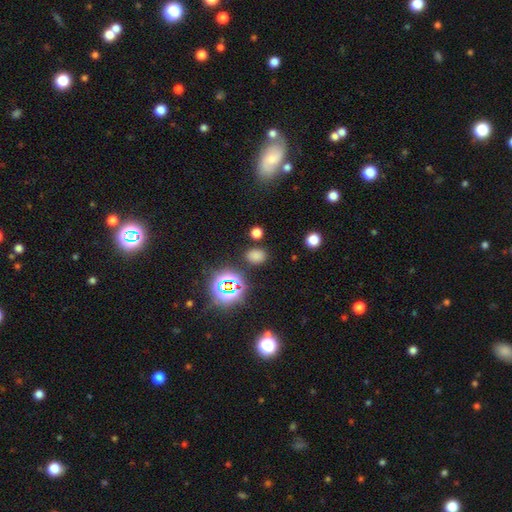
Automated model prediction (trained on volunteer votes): smooth_or_featured: smooth (p=0.69) [alt: star or artifact p=0.26]
how_rounded: in between (p=0.60) [alt: round p=0.38]
merging: none (p=0.82) [alt: minor disturbance p=0.10]